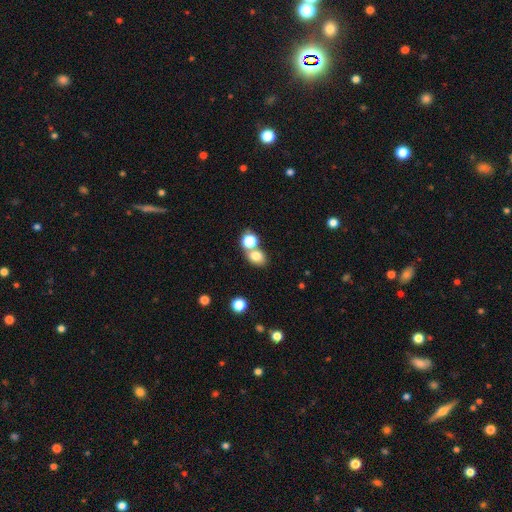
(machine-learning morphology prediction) This appears to be a smooth galaxy with no disk features (77%) that is in between round and cigar-shaped (51%). Merging: none (52%).